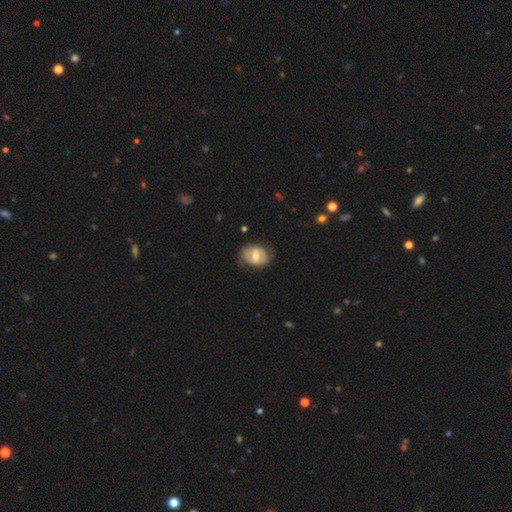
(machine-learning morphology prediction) Q: Smooth or featured?
A: featured or disk (51%); runner-up: smooth (42%)
Q: Edge-on disk?
A: no (94%); runner-up: yes (6%)
Q: Merging?
A: none (74%); runner-up: minor disturbance (19%)